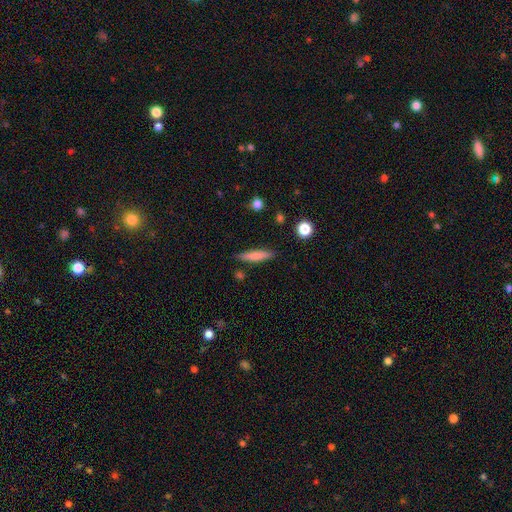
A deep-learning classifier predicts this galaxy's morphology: Smooth or featured: smooth — 72% (featured or disk — 21%)
How rounded: cigar-shaped — 87% (in between — 11%)
Merging: none — 86% (minor disturbance — 10%)